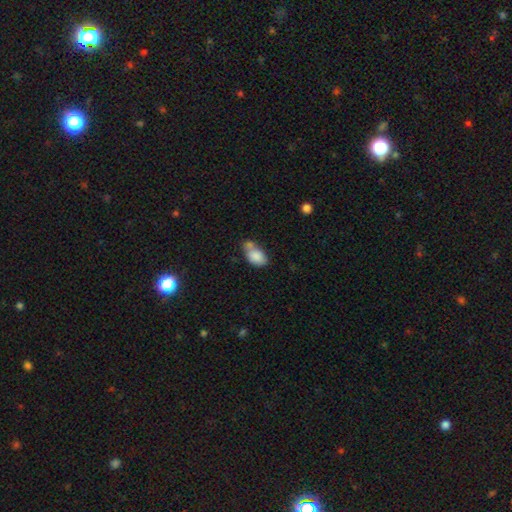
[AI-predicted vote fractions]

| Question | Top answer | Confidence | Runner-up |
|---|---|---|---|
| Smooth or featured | smooth | 82% | featured or disk (9%) |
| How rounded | in between | 85% | round (13%) |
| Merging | merger | 40% | none (33%) |